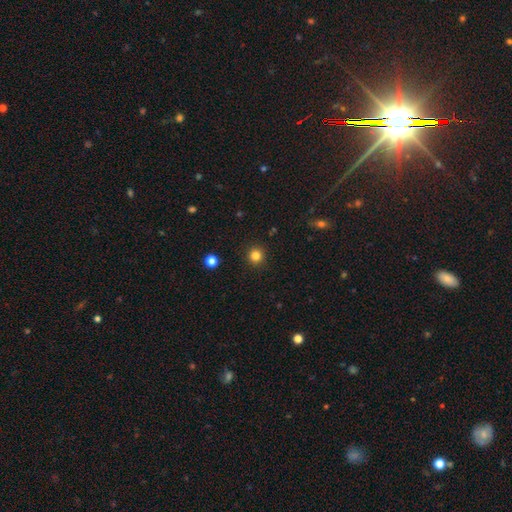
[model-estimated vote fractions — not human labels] smooth-or-featured: smooth: 83% | star or artifact: 13% | featured or disk: 5%
  how-rounded: round: 93% | in between: 6% | cigar-shaped: 1%
  merging: none: 92% | minor disturbance: 5% | major disturbance: 2% | merger: 1%